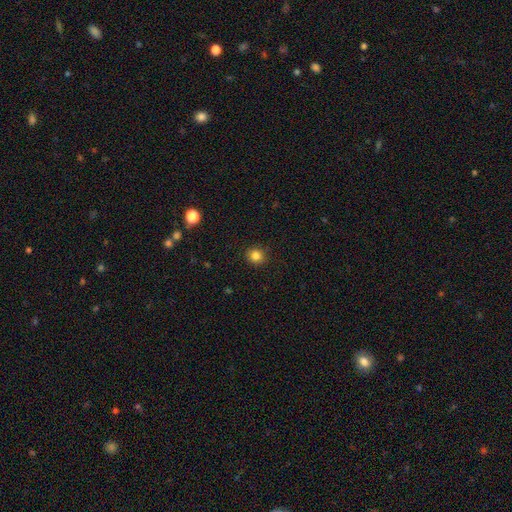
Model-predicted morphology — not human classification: Smooth or featured? Predicted: smooth (p=0.84). How rounded? Predicted: round (p=0.91). Merging? Predicted: none (p=0.91).